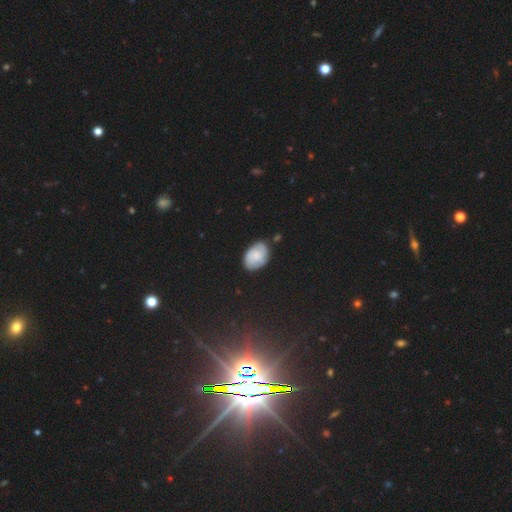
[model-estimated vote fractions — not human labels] Overall: smooth (45%; featured or disk 44%). Merging: none (70%).